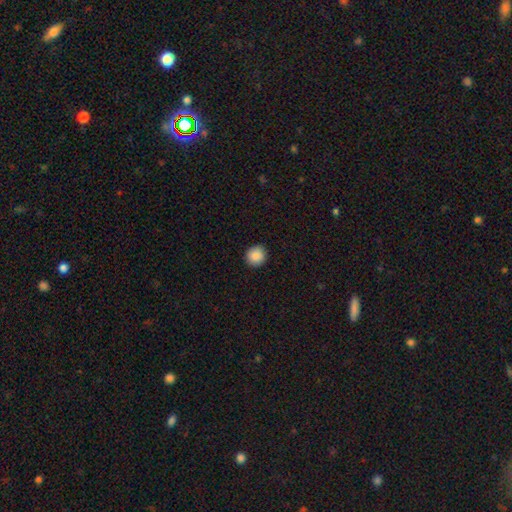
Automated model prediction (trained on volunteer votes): Smooth or featured: smooth — 88% (star or artifact — 8%)
How rounded: round — 91% (in between — 8%)
Merging: none — 92% (minor disturbance — 5%)